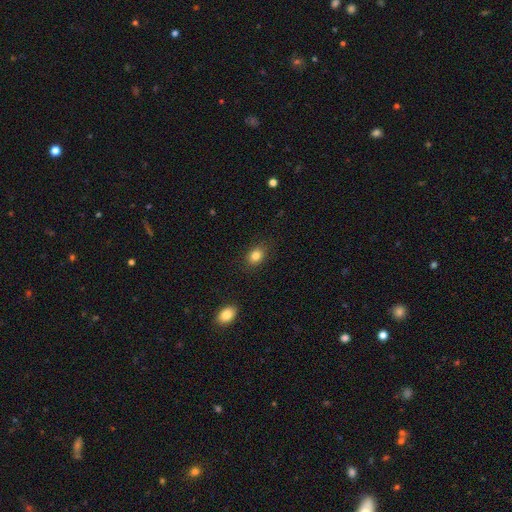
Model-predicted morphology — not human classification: type=smooth (83%); roundness=in between (63%); merging=none (84%).